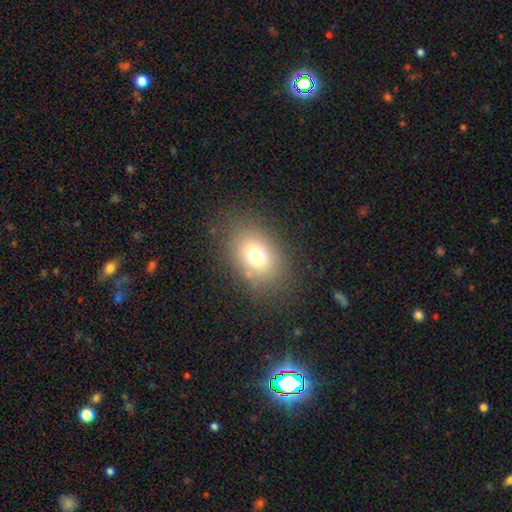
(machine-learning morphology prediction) This is likely a smooth galaxy (71%). How rounded: likely in between (64%). Merging: clearly none (81%).